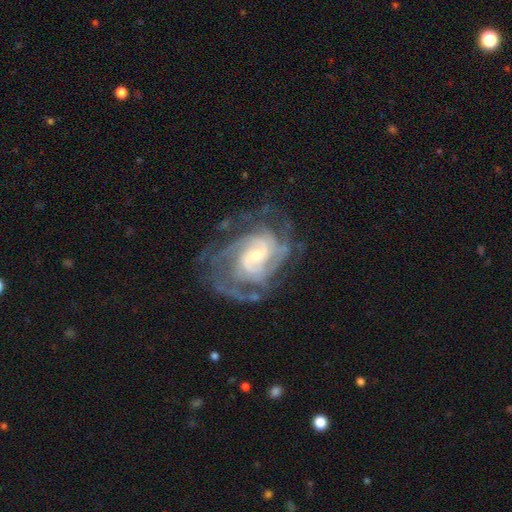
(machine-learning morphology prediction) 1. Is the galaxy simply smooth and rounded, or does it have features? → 88% featured or disk, 6% smooth, 6% star or artifact.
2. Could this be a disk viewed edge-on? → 97% no, 3% yes.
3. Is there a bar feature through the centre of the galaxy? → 47% weak, 38% no, 15% strong.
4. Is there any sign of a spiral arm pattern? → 96% yes, 4% no.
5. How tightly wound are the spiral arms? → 56% tight, 36% medium, 8% loose.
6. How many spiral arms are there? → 30% can't tell, 23% 2, 20% 3, 15% 4, 6% more than 4, 6% 1.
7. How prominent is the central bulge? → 52% small, 42% moderate, 4% large, 2% none, 1% dominant.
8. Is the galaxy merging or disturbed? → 63% none, 19% minor disturbance, 16% major disturbance, 2% merger.